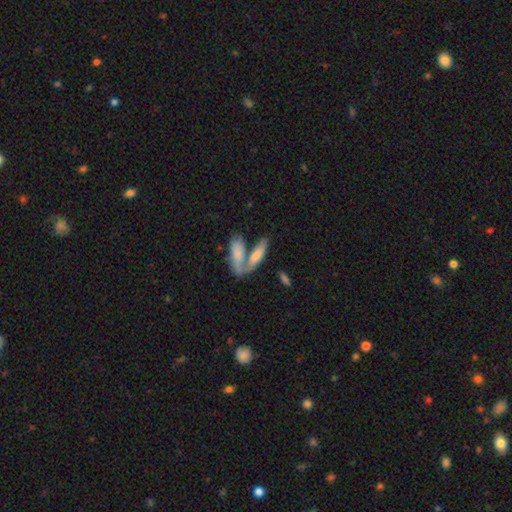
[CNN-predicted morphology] This appears to be a smooth galaxy with no disk features (65%) that is in between round and cigar-shaped (55%). Merging: merger (54%).